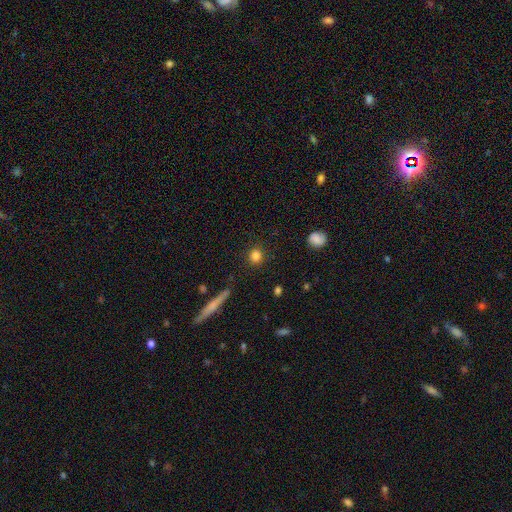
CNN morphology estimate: Smooth or featured: smooth — 84% (star or artifact — 11%)
How rounded: round — 86% (in between — 12%)
Merging: none — 89% (minor disturbance — 6%)